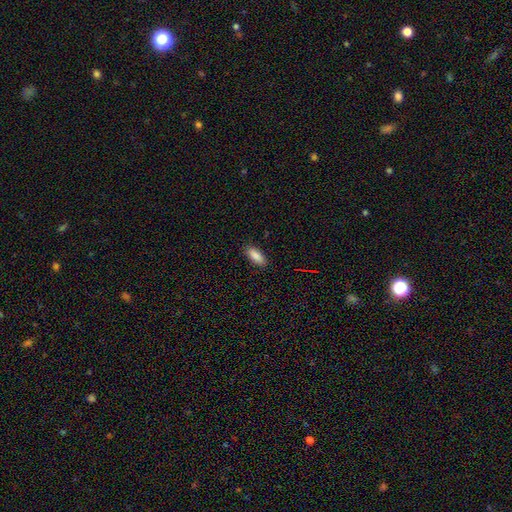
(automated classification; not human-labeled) Smooth or featured: smooth — 88% (star or artifact — 7%)
How rounded: in between — 77% (cigar-shaped — 21%)
Merging: none — 89% (minor disturbance — 8%)